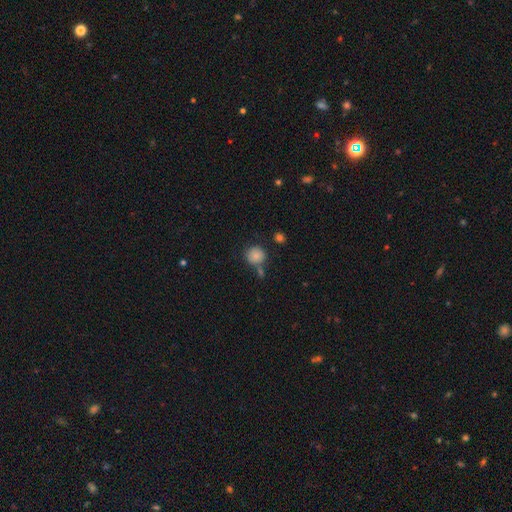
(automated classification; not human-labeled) smooth-or-featured: smooth: 83% | star or artifact: 10% | featured or disk: 7%
  how-rounded: round: 89% | in between: 10% | cigar-shaped: 1%
  merging: none: 69% | merger: 15% | minor disturbance: 12% | major disturbance: 4%